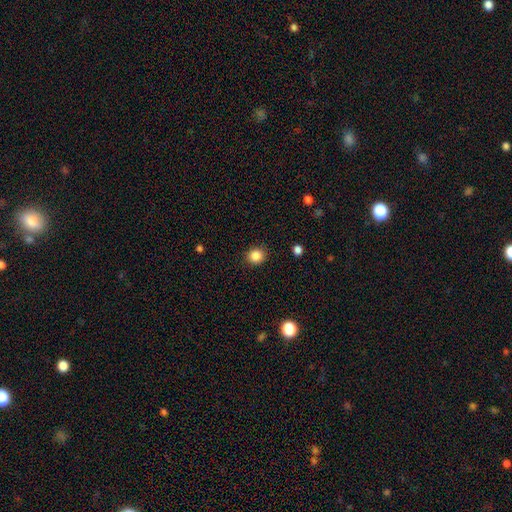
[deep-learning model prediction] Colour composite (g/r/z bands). It shows a smooth galaxy with no disk features (86%) that is round (82%). Merging: none (89%).